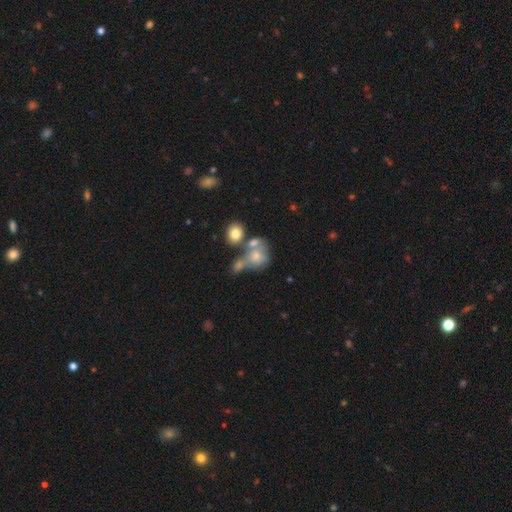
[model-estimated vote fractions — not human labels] smooth_or_featured: smooth (p=0.57) [alt: featured or disk p=0.31]
how_rounded: round (p=0.53) [alt: in between p=0.46]
merging: merger (p=0.49) [alt: none p=0.25]